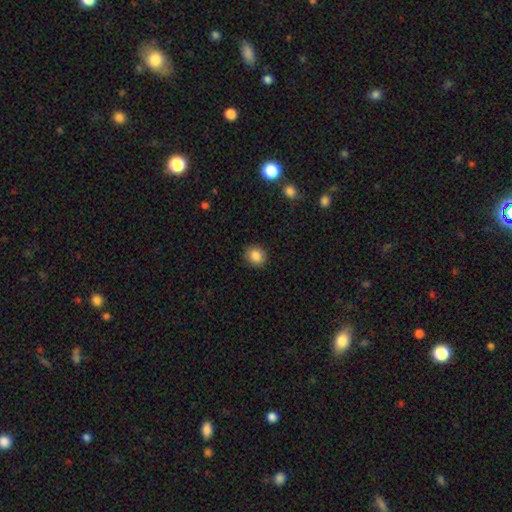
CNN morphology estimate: Overall: smooth (86%). How rounded: round (72%). Merging: none (89%).